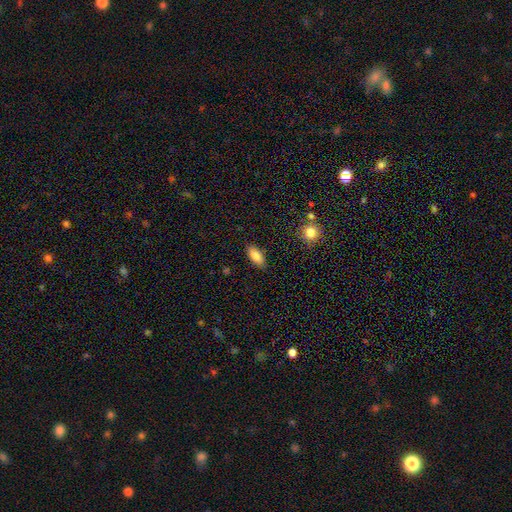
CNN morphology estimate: Smooth or featured? smooth (83%)
How rounded? in between (87%)
Merging? none (87%)